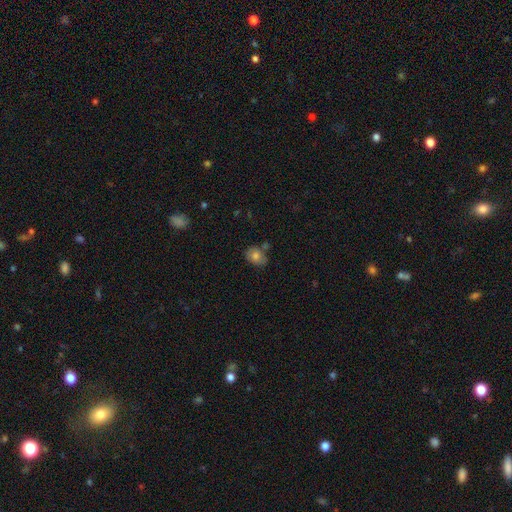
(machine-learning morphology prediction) This is likely a smooth galaxy (77%). How rounded: possibly in between (53%). Merging: likely none (63%).